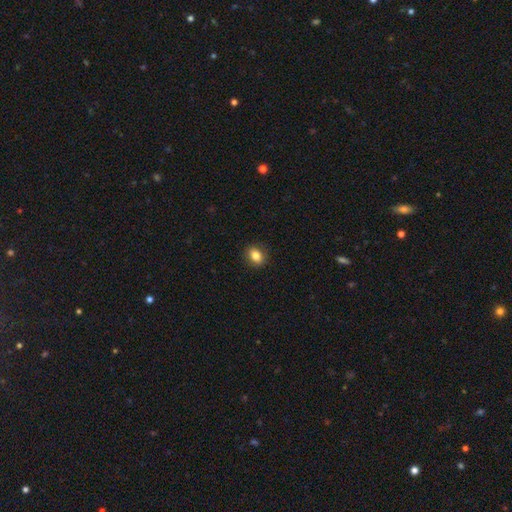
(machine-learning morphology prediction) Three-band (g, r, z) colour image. It shows a smooth galaxy with no disk features (83%) that is in between round and cigar-shaped (55%). Merging: none (89%).